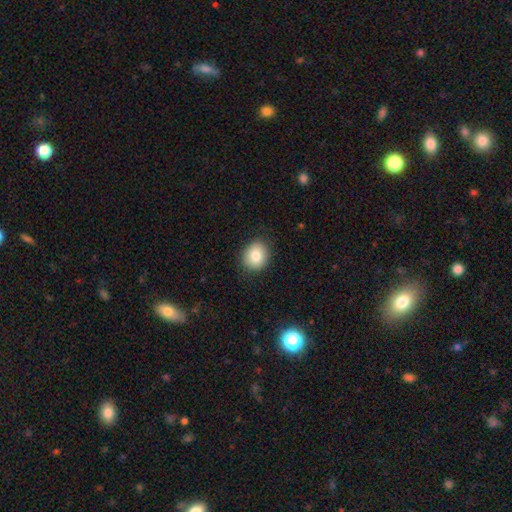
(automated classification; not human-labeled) The model was most divided on "how rounded": round: 66%, in between: 33%, cigar-shaped: 1%. More confident: merging — none (86%); smooth or featured — smooth (83%).